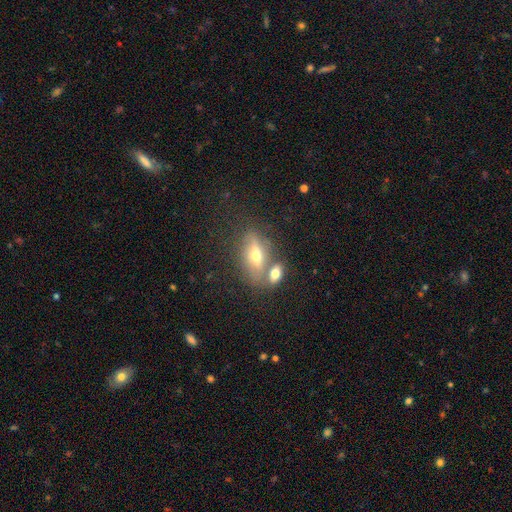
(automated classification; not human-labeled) This appears to be a smooth galaxy with no disk features (49%). Merging: none (48%).